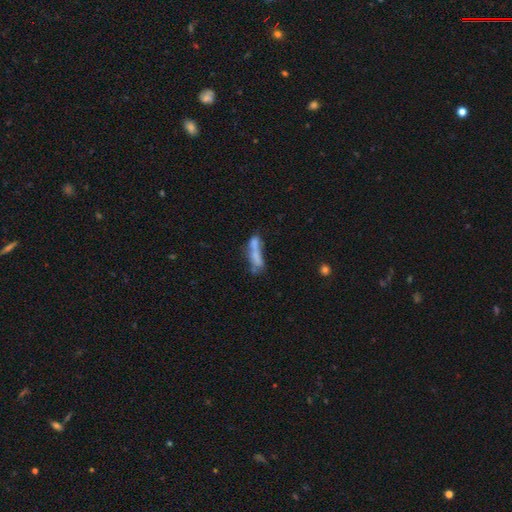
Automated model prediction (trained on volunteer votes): This is possibly a smooth galaxy (59%). How rounded: likely cigar-shaped (67%). Merging: marginally merger (33%).